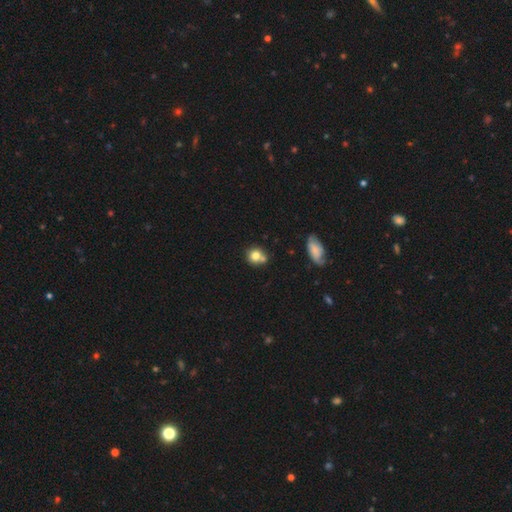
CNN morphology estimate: smooth 77%, featured or disk 13%, star or artifact 10%. Down the decision tree: how rounded — round (81%); merging — none (52%).